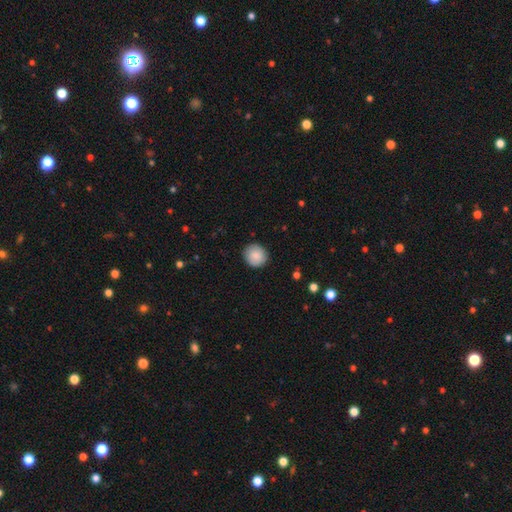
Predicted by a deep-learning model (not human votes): This appears to be a smooth galaxy with no disk features (88%) that is round (89%). Merging: none (89%).